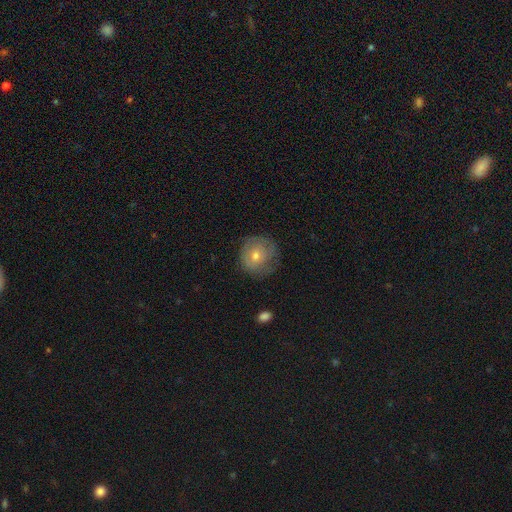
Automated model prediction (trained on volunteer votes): This is possibly a smooth galaxy (57%). How rounded: clearly round (87%). Merging: likely none (67%).